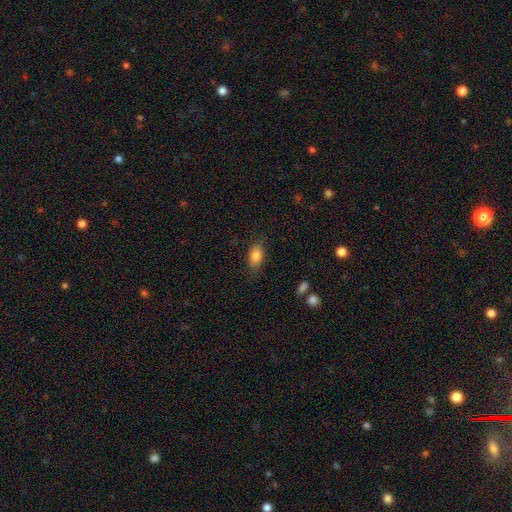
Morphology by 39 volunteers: Overall: smooth (79%). How rounded: in between (87%). Merging: none (89%).